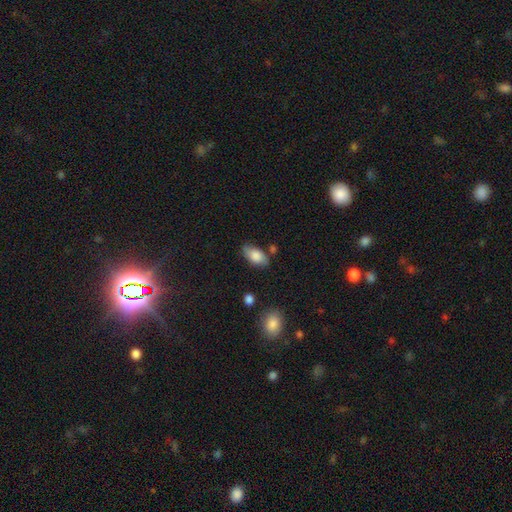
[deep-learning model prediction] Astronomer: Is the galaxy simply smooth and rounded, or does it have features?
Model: smooth — 78%.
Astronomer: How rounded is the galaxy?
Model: in between — 92%.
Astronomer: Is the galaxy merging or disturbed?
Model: none — 66%.